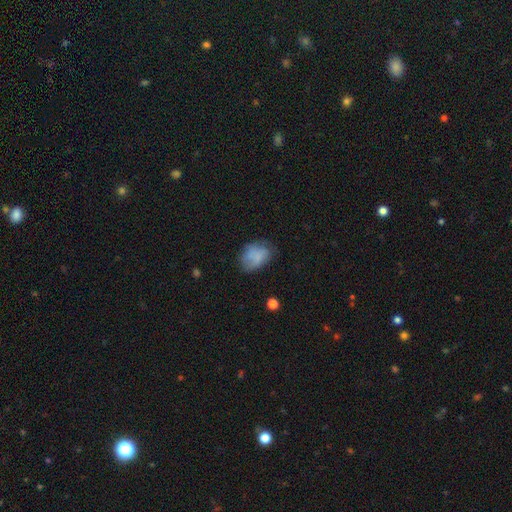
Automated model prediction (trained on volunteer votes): smooth 73%, featured or disk 18%, star or artifact 9%. Down the decision tree: how rounded — in between (73%); merging — none (52%).